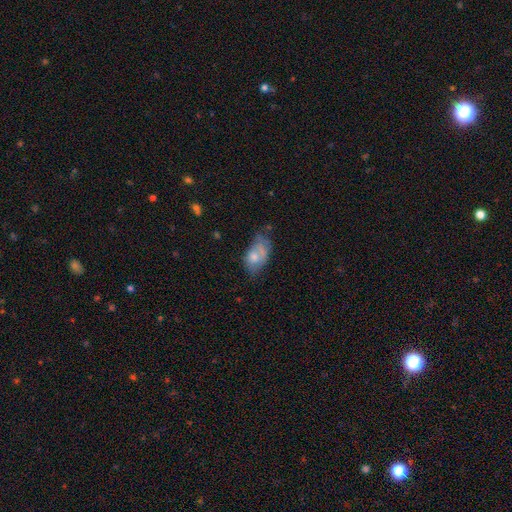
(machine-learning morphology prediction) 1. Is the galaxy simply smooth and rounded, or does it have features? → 66% smooth, 26% featured or disk, 9% star or artifact.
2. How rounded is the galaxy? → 90% in between, 8% round, 2% cigar-shaped.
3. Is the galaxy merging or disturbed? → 34% minor disturbance (tied), 34% none (tied), 21% major disturbance, 11% merger.